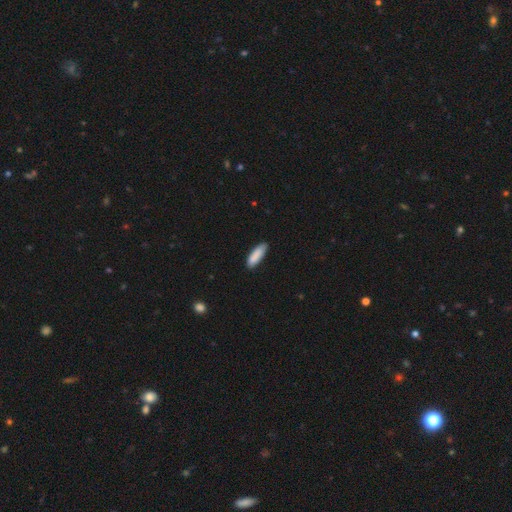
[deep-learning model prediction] Q: Smooth or featured?
A: smooth (89%); runner-up: star or artifact (6%)
Q: How rounded?
A: cigar-shaped (51%); runner-up: in between (47%)
Q: Merging?
A: none (82%); runner-up: minor disturbance (15%)